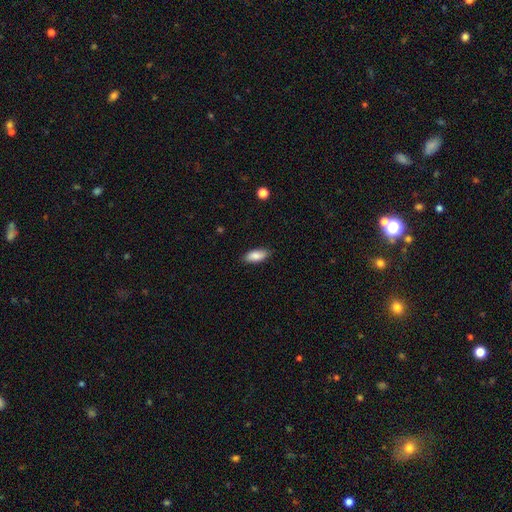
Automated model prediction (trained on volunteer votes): Morphology: type=smooth (87%); roundness=in between (87%); merging=none (86%).